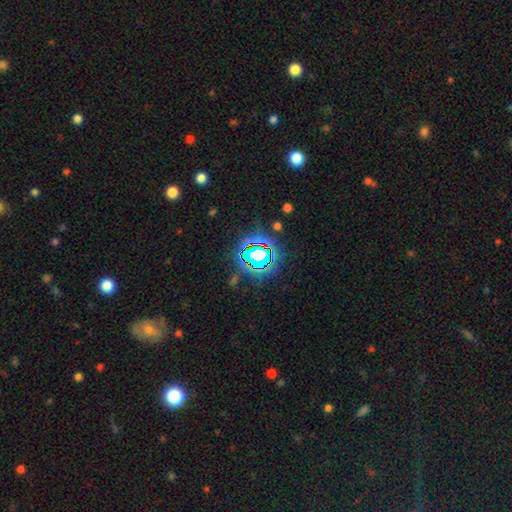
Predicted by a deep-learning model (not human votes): Smooth or featured? Predicted: star or artifact (p=0.77).